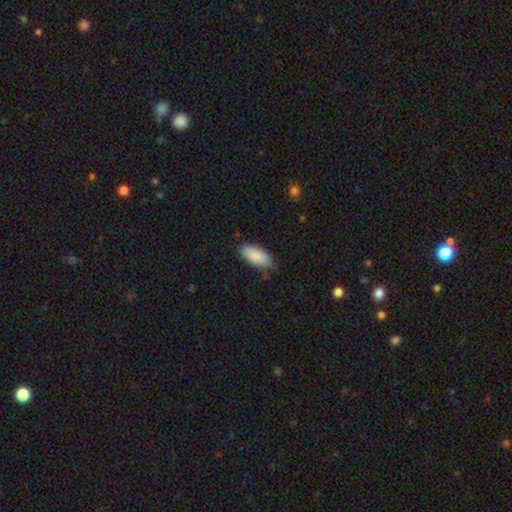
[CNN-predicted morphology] Smooth or featured: smooth — 89% (star or artifact — 6%)
How rounded: in between — 89% (cigar-shaped — 9%)
Merging: none — 70% (minor disturbance — 25%)